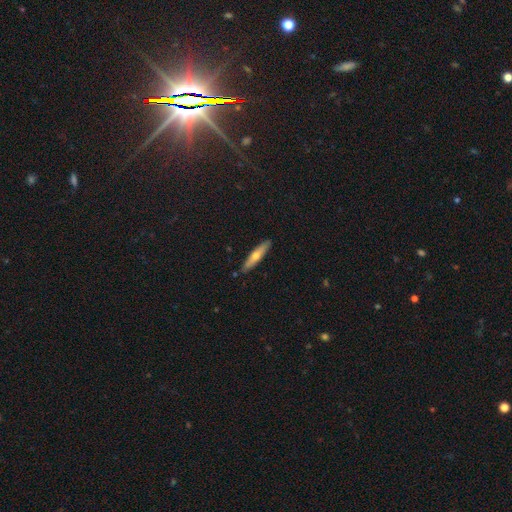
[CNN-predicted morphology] Smooth or featured? smooth (53%)
How rounded? cigar-shaped (86%)
Merging? none (88%)